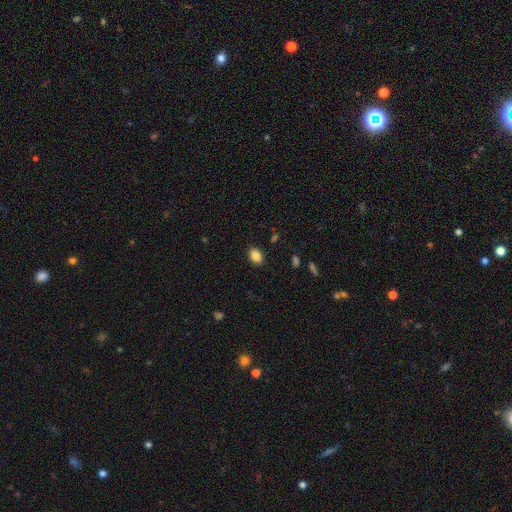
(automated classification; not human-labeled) This appears to be a smooth galaxy with no disk features (86%) that is in between round and cigar-shaped (72%). Merging: none (88%).